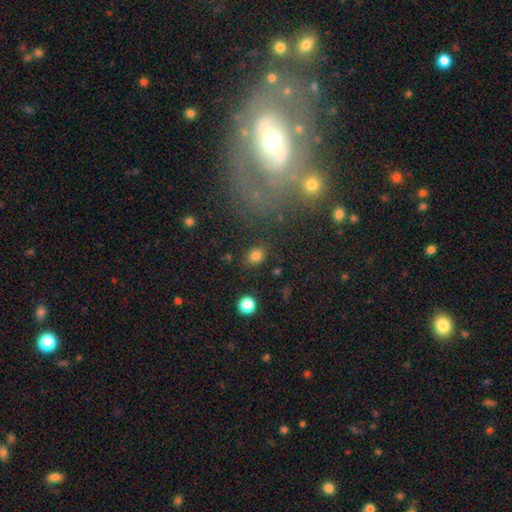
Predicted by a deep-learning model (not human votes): This is clearly a smooth galaxy (82%). How rounded: possibly round (57%). Merging: clearly none (85%).